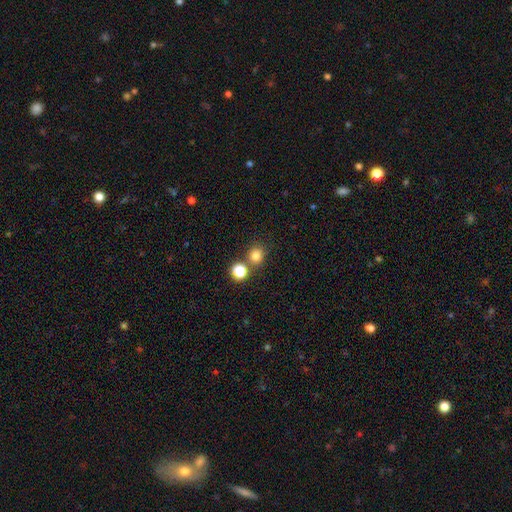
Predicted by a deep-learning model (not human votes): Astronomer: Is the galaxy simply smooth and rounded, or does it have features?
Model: smooth — 79%.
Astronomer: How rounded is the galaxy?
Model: round — 86%.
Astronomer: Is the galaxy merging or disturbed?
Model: none — 73%.